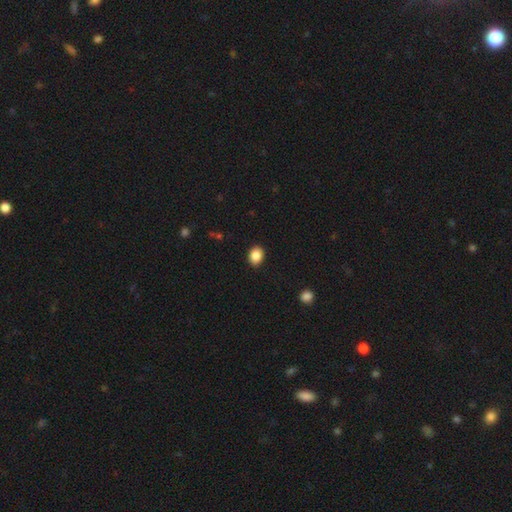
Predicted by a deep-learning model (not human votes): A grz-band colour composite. It shows a smooth galaxy with no disk features (88%) that is in between round and cigar-shaped (64%). Merging: none (89%).